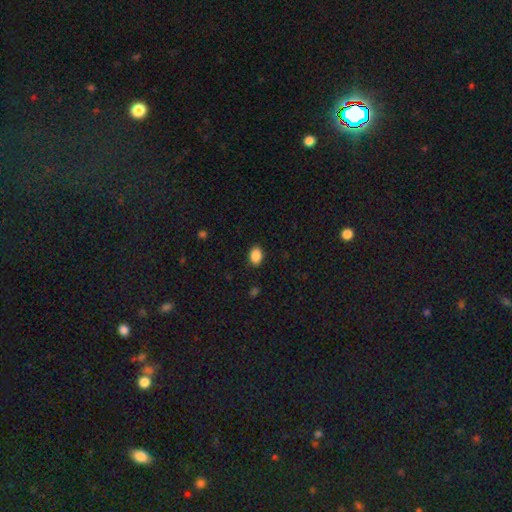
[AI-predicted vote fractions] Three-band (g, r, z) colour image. It shows a smooth galaxy with no disk features (87%) that is in between round and cigar-shaped (75%). Merging: none (88%).